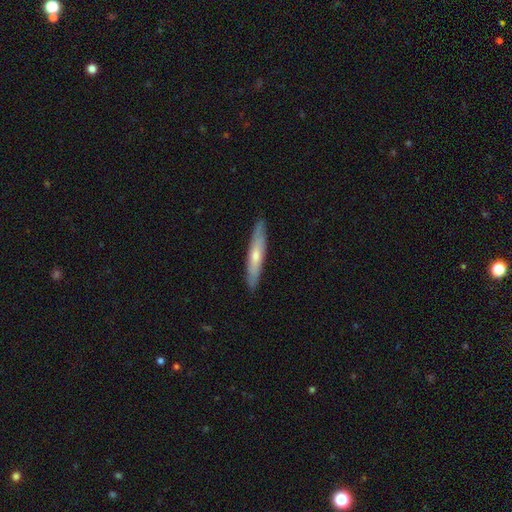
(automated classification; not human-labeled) This appears to be a smooth galaxy with no disk features (48%). Merging: none (89%).